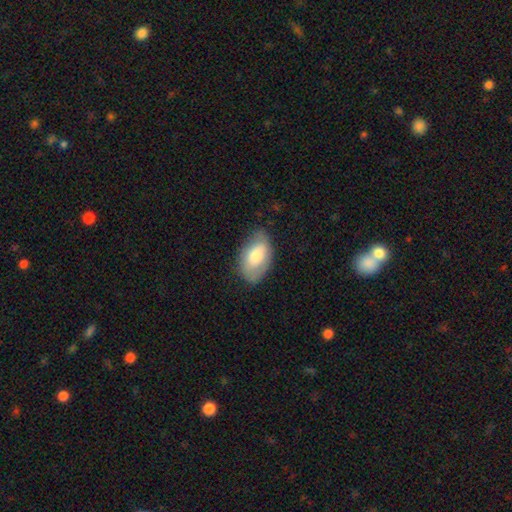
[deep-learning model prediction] smooth_or_featured: smooth (p=0.70) [alt: featured or disk p=0.23]
how_rounded: in between (p=0.93) [alt: round p=0.05]
merging: none (p=0.72) [alt: minor disturbance p=0.22]